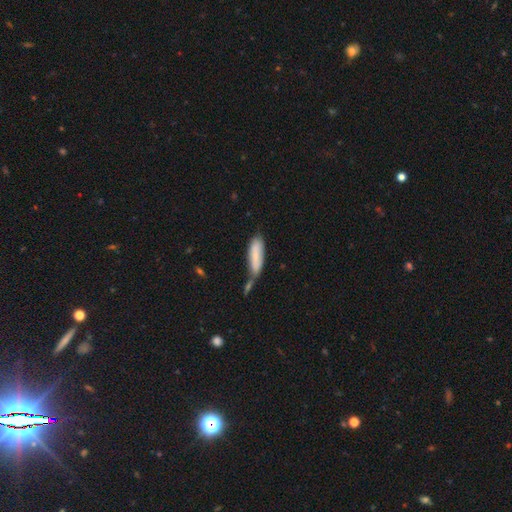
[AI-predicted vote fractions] Morphology: type=smooth (76%); roundness=cigar-shaped (53%); merging=merger (36%).